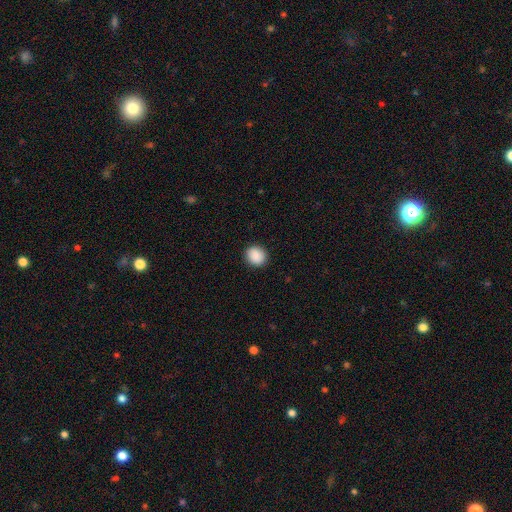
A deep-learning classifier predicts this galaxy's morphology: Q: Smooth or featured?
A: smooth (89%); runner-up: star or artifact (8%)
Q: How rounded?
A: round (81%); runner-up: in between (18%)
Q: Merging?
A: none (91%); runner-up: minor disturbance (6%)